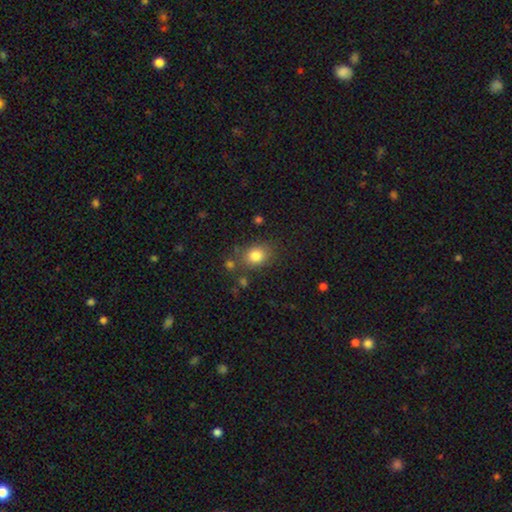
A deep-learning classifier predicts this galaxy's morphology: A smooth galaxy with no disk features (82%) that is round (52%).

Vote fractions:
- Smooth or featured? smooth: 82% / star or artifact: 11% / featured or disk: 7%
- How rounded? round: 52% / in between: 47% / cigar-shaped: 1%
- Merging? none: 77% / minor disturbance: 13% / merger: 6% / major disturbance: 4%